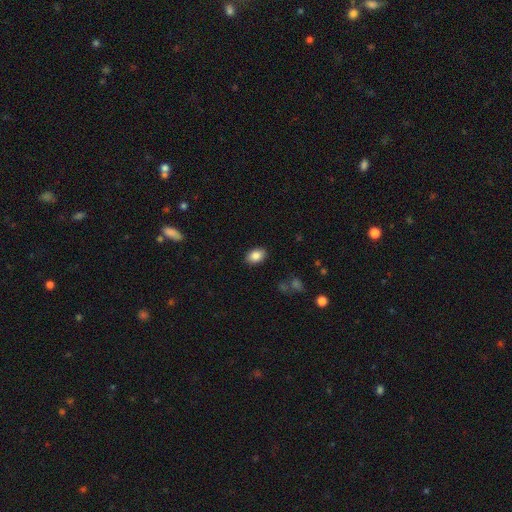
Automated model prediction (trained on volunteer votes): Smooth or featured? Predicted: smooth (p=0.85). How rounded? Predicted: in between (p=0.86). Merging? Predicted: none (p=0.88).